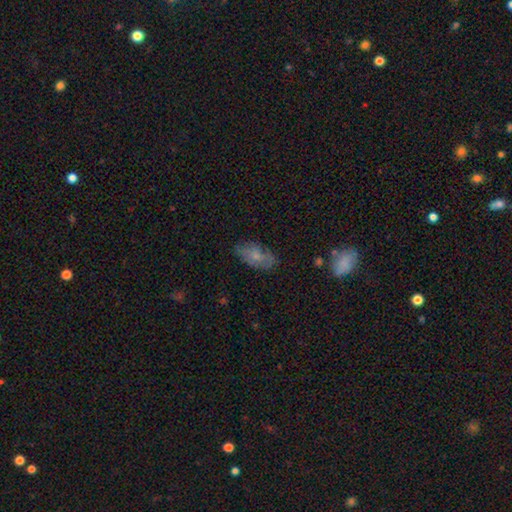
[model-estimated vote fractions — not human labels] Smooth or featured? smooth (66%)
How rounded? in between (90%)
Merging? none (68%)